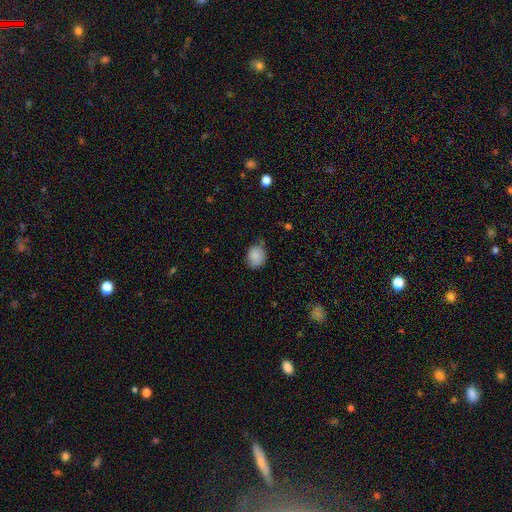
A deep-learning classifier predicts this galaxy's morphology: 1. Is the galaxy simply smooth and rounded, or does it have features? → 86% smooth, 8% star or artifact, 6% featured or disk.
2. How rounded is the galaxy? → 57% round, 42% in between, 1% cigar-shaped.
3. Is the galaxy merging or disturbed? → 69% none, 25% minor disturbance, 4% major disturbance, 2% merger.